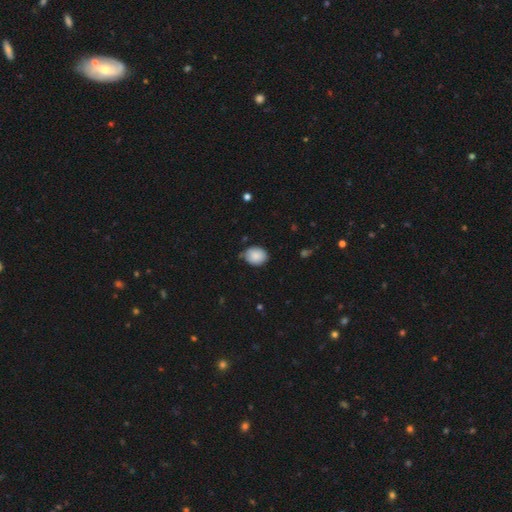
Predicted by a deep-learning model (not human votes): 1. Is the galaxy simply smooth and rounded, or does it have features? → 86% smooth, 8% star or artifact, 6% featured or disk.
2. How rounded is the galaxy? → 58% round, 42% in between, 1% cigar-shaped.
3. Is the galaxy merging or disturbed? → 64% none, 29% minor disturbance, 4% major disturbance, 3% merger.